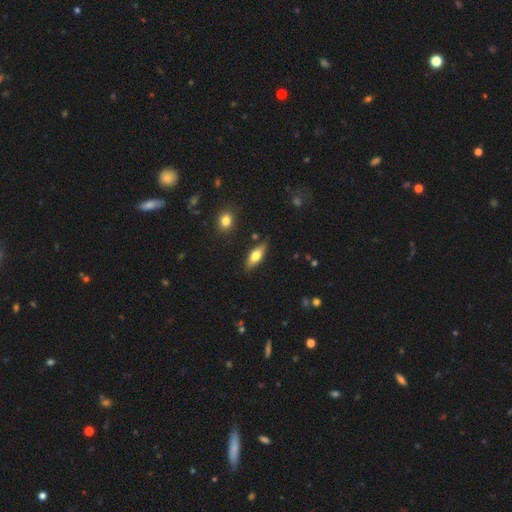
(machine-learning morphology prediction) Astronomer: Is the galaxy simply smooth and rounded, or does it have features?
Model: smooth — 64%.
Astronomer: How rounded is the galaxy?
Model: in between — 62%.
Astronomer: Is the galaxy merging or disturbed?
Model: none — 83%.